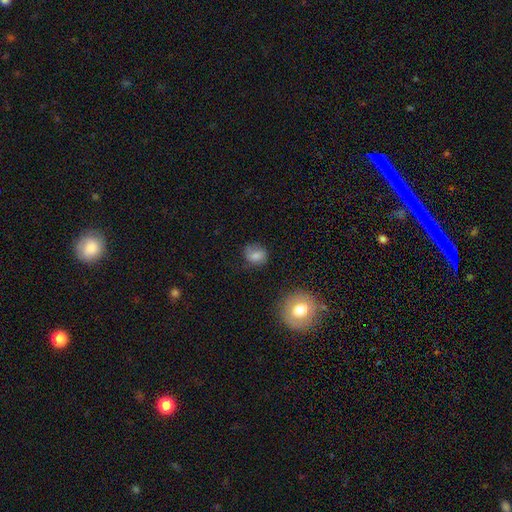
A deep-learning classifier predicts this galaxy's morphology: smooth 73%, featured or disk 16%, star or artifact 11%. Down the decision tree: how rounded — round (64%); merging — none (68%).